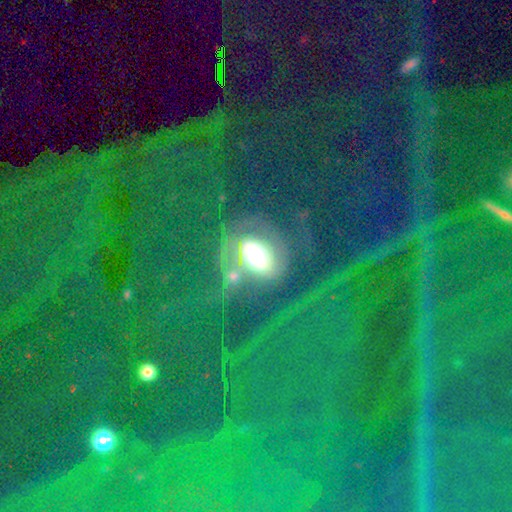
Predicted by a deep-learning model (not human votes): The model was most divided on "merging": major disturbance: 37%, none: 35%, minor disturbance: 15%, merger: 12%. Remaining: edge-on disk — no (95%); spiral arms — yes (70%); smooth or featured — featured or disk (69%); bulge size — moderate (56%); bar — no (45%).